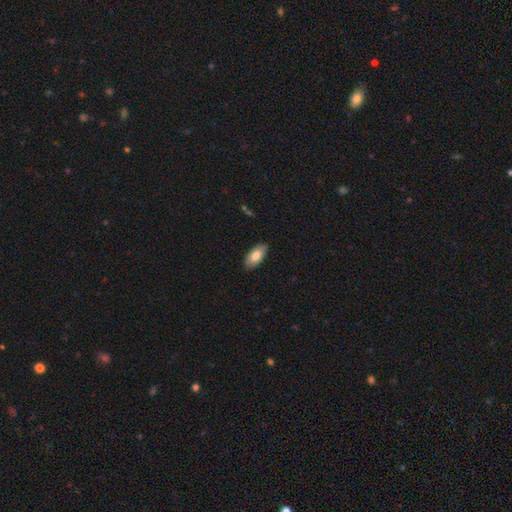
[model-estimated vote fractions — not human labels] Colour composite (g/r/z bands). It shows a smooth galaxy with no disk features (76%) that is in between round and cigar-shaped (93%). Merging: none (86%).